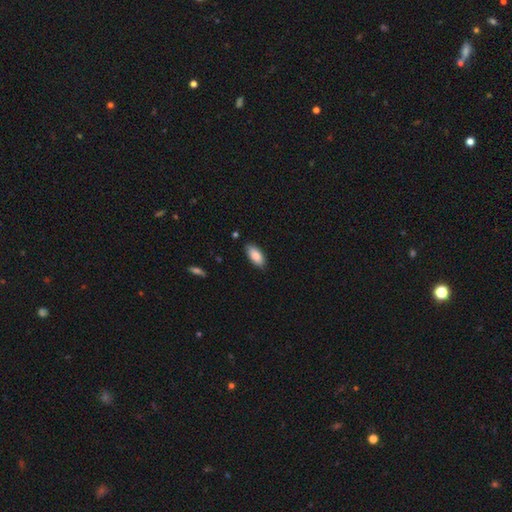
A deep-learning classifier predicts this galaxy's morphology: This is clearly a smooth galaxy (87%). How rounded: clearly in between (89%). Merging: clearly none (84%).